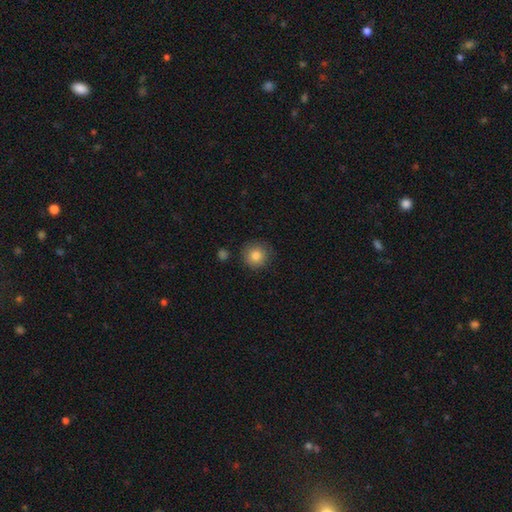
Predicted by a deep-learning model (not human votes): Smooth or featured? smooth (83%)
How rounded? round (94%)
Merging? none (87%)